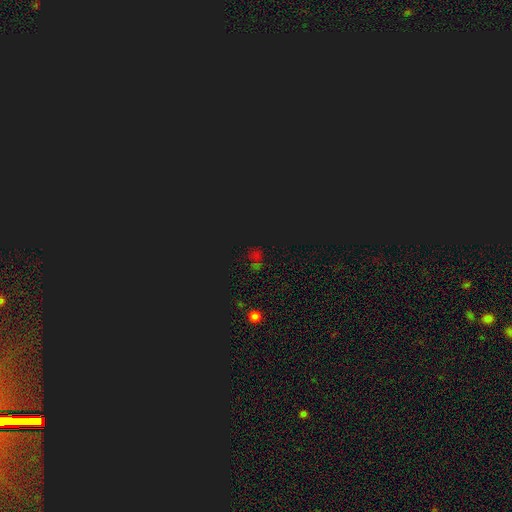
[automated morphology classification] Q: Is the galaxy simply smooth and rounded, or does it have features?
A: star or artifact — 69%.